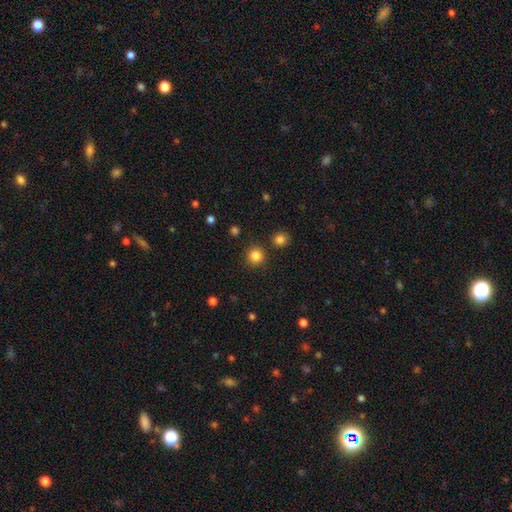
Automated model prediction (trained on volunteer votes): Q: Smooth or featured?
A: smooth (83%); runner-up: star or artifact (13%)
Q: How rounded?
A: round (94%); runner-up: in between (5%)
Q: Merging?
A: none (89%); runner-up: minor disturbance (5%)